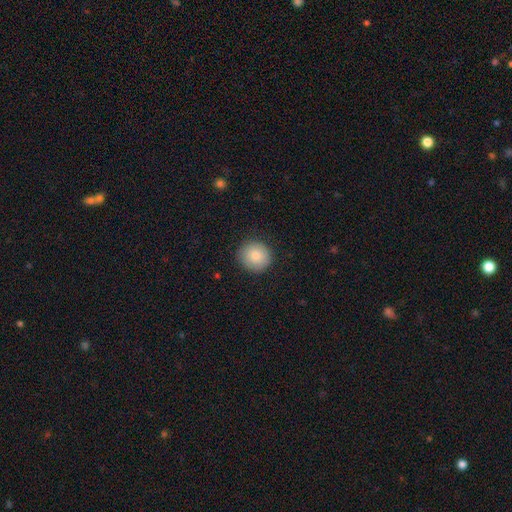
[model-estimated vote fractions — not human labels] smooth 85%, star or artifact 8%, featured or disk 8%. Down the decision tree: how rounded — round (90%); merging — none (88%).